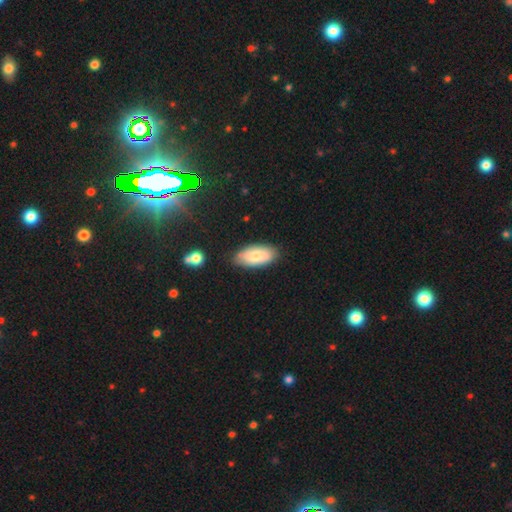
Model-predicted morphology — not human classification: smooth 71%, featured or disk 22%, star or artifact 7%. Down the decision tree: how rounded — in between (91%); merging — none (80%).